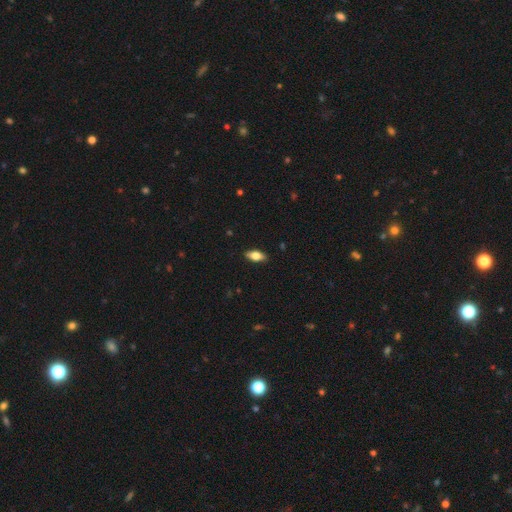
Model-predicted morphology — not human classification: Smooth or featured?
  - smooth: 70% *
  - featured or disk: 23%
  - star or artifact: 7%
How rounded?
  - in between: 85% *
  - cigar-shaped: 12%
  - round: 3%
Merging?
  - none: 88% *
  - minor disturbance: 9%
  - major disturbance: 2%
  - merger: 1%